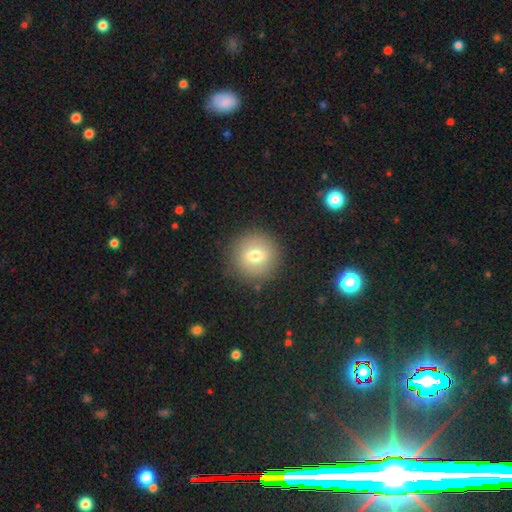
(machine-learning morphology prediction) A smooth galaxy with no disk features (67%) that is round (94%). Merging: none (90%).